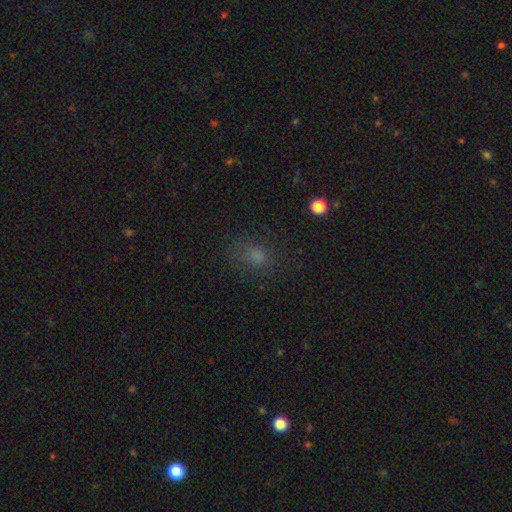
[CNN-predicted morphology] Smooth or featured? smooth (68%)
How rounded? in between (58%)
Merging? none (67%)